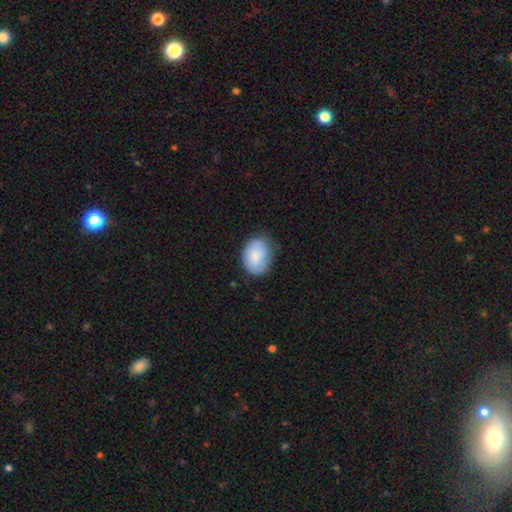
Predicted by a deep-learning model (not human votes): smooth 78%, featured or disk 16%, star or artifact 6%. Down the decision tree: how rounded — in between (62%); merging — none (68%).